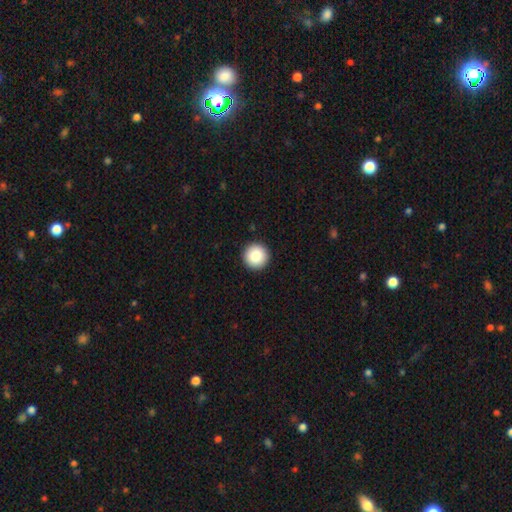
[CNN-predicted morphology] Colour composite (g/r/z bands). It shows a smooth galaxy with no disk features (86%) that is round (96%). Merging: none (93%).